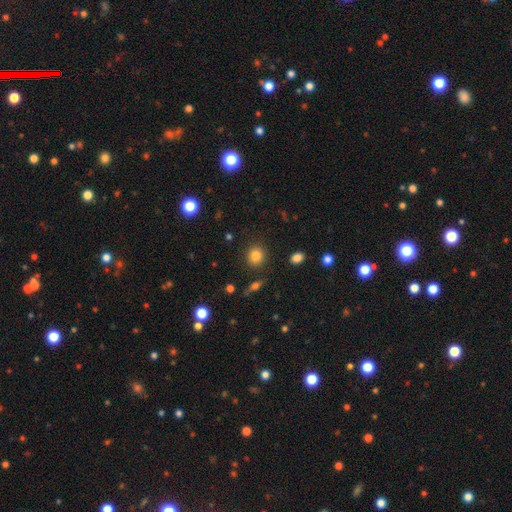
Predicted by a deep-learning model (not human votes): Smooth or featured? Predicted: smooth (p=0.83). How rounded? Predicted: round (p=0.84). Merging? Predicted: none (p=0.88).